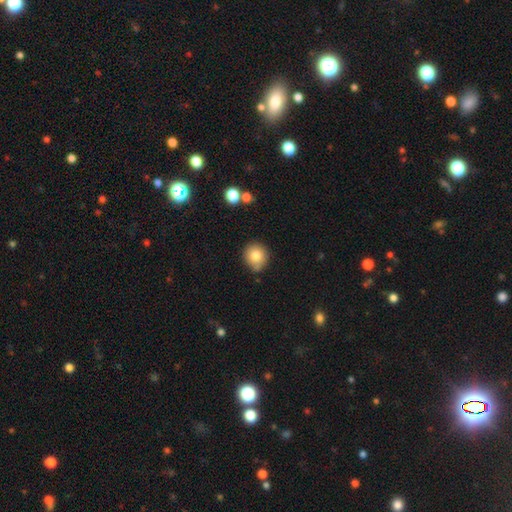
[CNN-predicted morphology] A smooth galaxy with no disk features (81%) that is round (90%). Merging: none (76%).